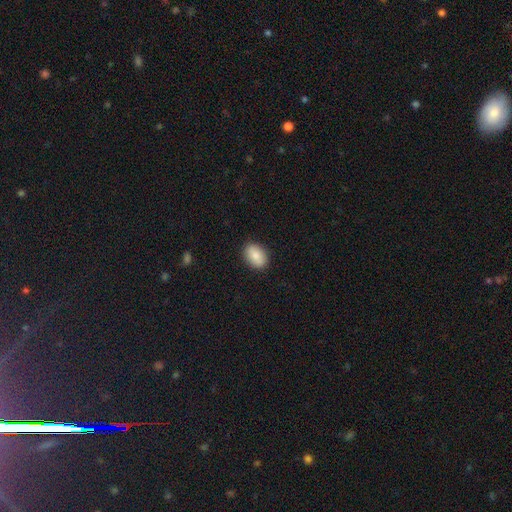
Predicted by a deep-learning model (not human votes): Smooth or featured: smooth — 83% (featured or disk — 10%)
How rounded: in between — 84% (round — 15%)
Merging: none — 89% (minor disturbance — 8%)